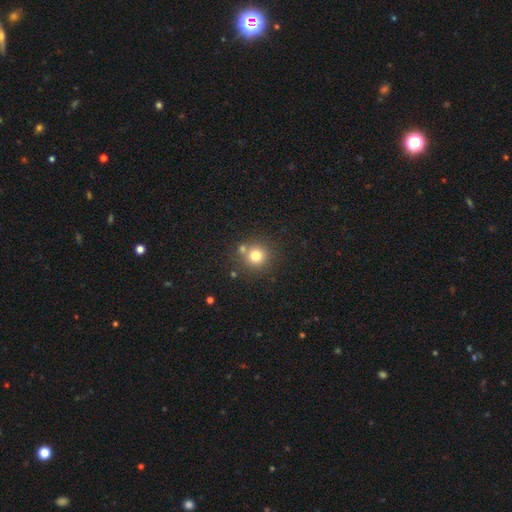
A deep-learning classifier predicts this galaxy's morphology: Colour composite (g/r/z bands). It shows a smooth galaxy with no disk features (78%) that is round (93%). Merging: none (72%).